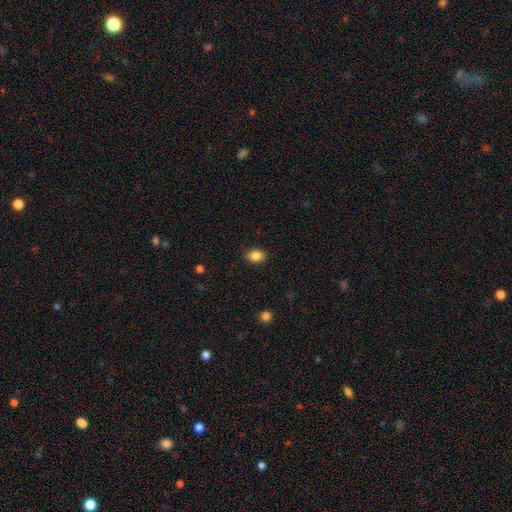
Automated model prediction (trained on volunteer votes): Smooth or featured? Predicted: smooth (p=0.85). How rounded? Predicted: in between (p=0.69). Merging? Predicted: none (p=0.87).